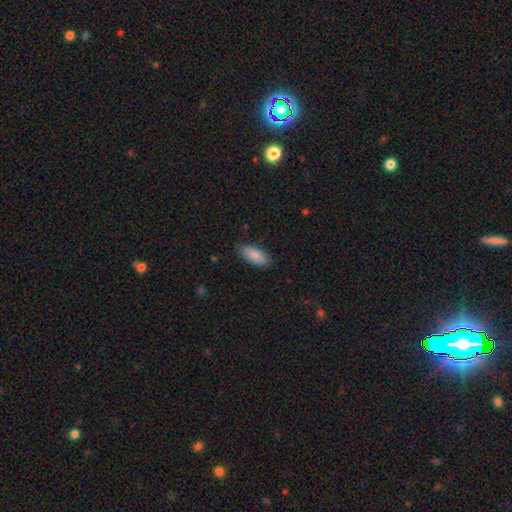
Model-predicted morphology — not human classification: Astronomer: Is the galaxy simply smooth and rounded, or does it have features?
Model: smooth — 84%.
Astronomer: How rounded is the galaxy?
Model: in between — 86%.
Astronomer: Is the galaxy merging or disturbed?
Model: none — 84%.